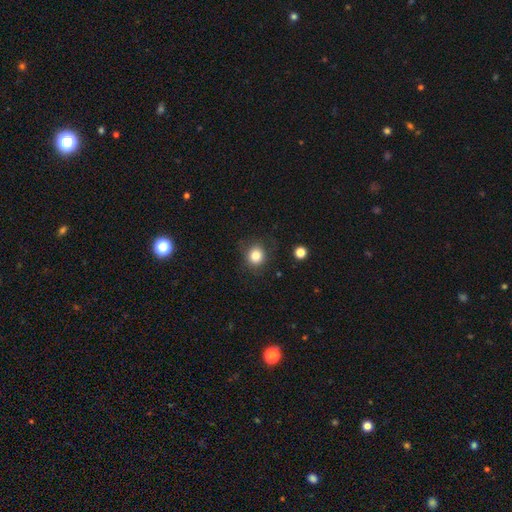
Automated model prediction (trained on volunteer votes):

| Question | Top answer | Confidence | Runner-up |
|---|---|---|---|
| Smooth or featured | smooth | 83% | star or artifact (11%) |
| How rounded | round | 83% | in between (16%) |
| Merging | none | 82% | minor disturbance (12%) |